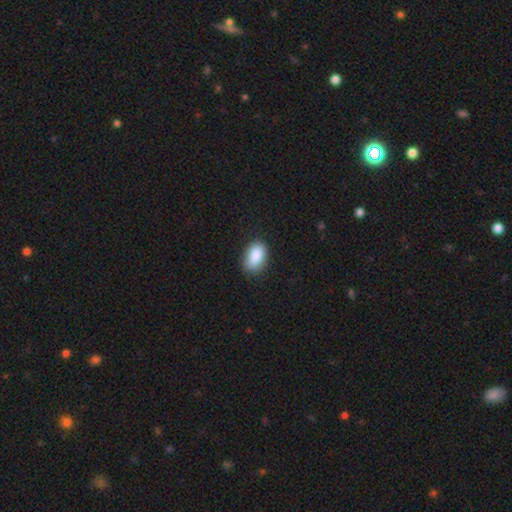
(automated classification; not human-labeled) The model was most divided on "merging": none: 80%, minor disturbance: 16%, major disturbance: 3%, merger: 1%. More confident: how rounded — in between (88%); smooth or featured — smooth (88%).